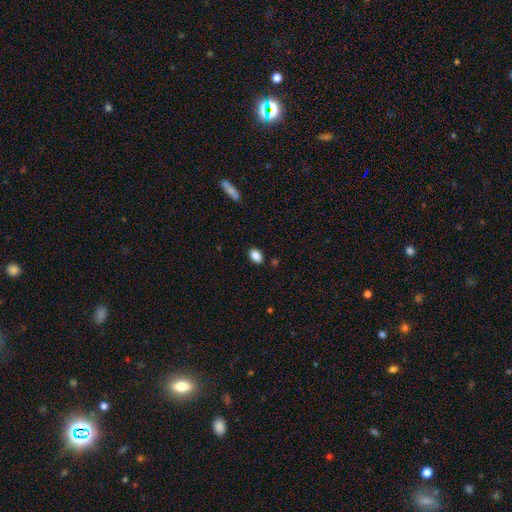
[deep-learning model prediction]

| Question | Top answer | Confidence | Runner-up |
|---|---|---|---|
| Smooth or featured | smooth | 87% | star or artifact (8%) |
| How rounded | in between | 84% | round (15%) |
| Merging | none | 86% | minor disturbance (9%) |